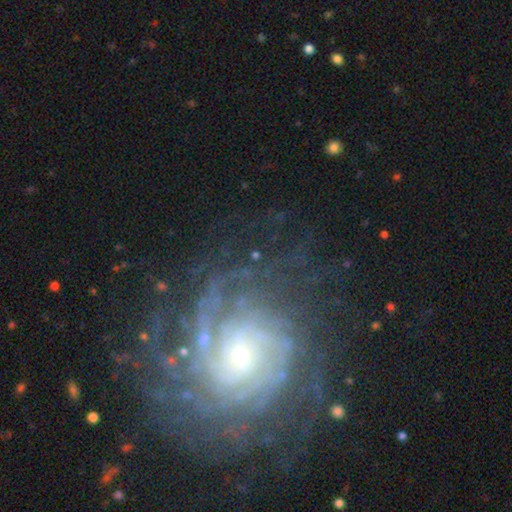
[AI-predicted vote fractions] Q: Smooth or featured?
A: featured or disk (71%); runner-up: star or artifact (17%)
Q: Edge-on disk?
A: no (97%); runner-up: yes (3%)
Q: Bar?
A: no (58%); runner-up: weak (28%)
Q: Spiral arms?
A: yes (89%); runner-up: no (11%)
Q: Spiral winding?
A: tight (56%); runner-up: medium (30%)
Q: Spiral arm count?
A: can't tell (32%); runner-up: 2 (17%)
Q: Bulge size?
A: small (64%); runner-up: moderate (24%)
Q: Merging?
A: none (64%); runner-up: major disturbance (17%)